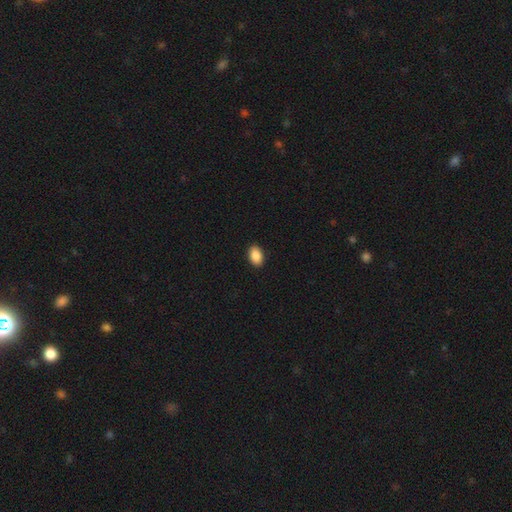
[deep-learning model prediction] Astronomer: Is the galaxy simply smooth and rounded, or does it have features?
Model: smooth — 90%.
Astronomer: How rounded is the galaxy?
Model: in between — 90%.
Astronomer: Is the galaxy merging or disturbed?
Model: none — 91%.